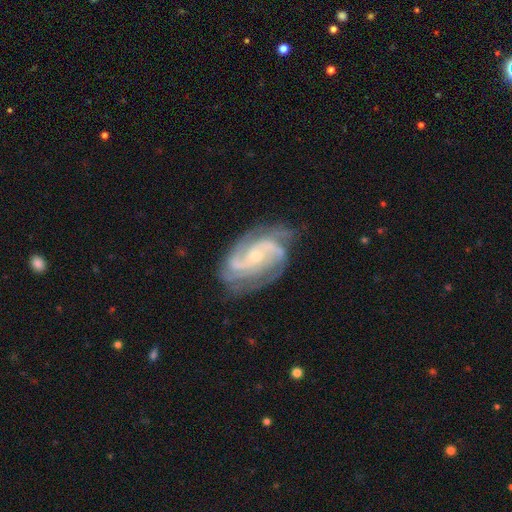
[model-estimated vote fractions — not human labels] Smooth or featured: featured or disk — 91% (star or artifact — 5%)
Edge-on disk: no — 97% (yes — 3%)
Bar: no — 52% (weak — 35%)
Spiral arms: yes — 98% (no — 2%)
Spiral winding: medium — 46% (tight — 43%)
Spiral arm count: 2 — 44% (3 — 27%)
Bulge size: small — 68% (moderate — 28%)
Merging: none — 72% (minor disturbance — 19%)